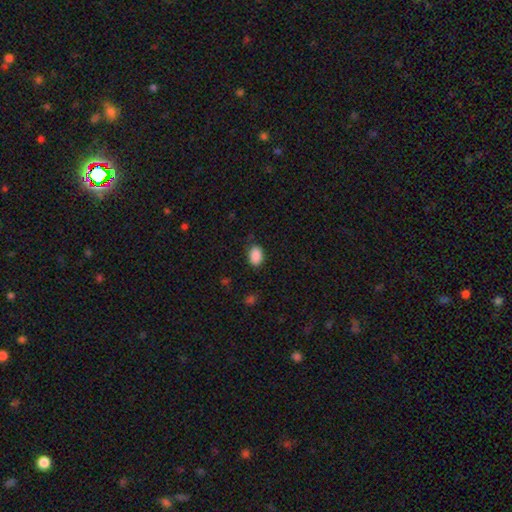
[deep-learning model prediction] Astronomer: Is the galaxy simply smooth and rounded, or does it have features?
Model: smooth — 89%.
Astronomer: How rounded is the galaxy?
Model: in between — 84%.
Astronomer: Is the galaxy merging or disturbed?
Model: none — 80%.